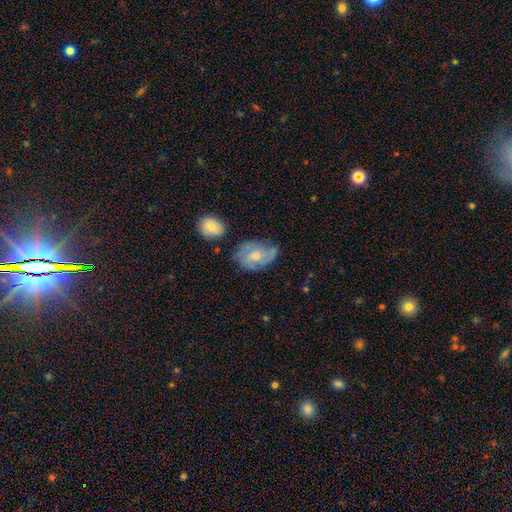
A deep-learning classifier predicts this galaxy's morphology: Q: Smooth or featured?
A: featured or disk (51%); runner-up: smooth (42%)
Q: Edge-on disk?
A: no (96%); runner-up: yes (4%)
Q: Merging?
A: none (53%); runner-up: minor disturbance (31%)